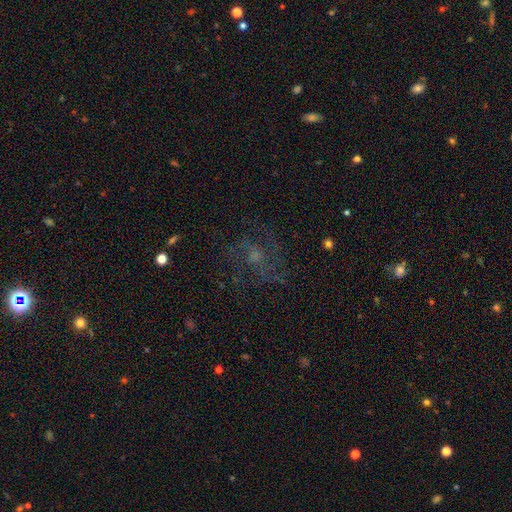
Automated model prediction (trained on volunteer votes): A featured or disk galaxy (59%) with no bar (74%), spiral arms (78%) and a small central bulge (43%).

Vote fractions:
- Smooth or featured? featured or disk: 59% / star or artifact: 21% / smooth: 20%
- Edge-on disk? no: 97% / yes: 3%
- Bar? no: 74% / weak: 23% / strong: 4%
- Spiral arms? yes: 78% / no: 22%
- Bulge size? small: 43% / moderate: 37% / none: 14% / large: 5% / dominant: 2%
- Merging? none: 66% / major disturbance: 16% / minor disturbance: 16% / merger: 2%